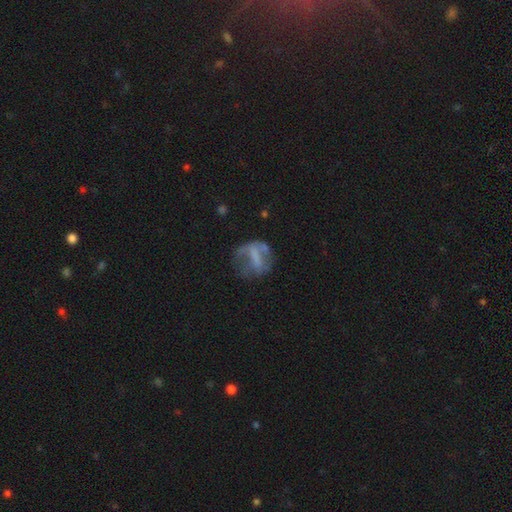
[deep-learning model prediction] A featured or disk galaxy (49%).

Vote fractions:
- Smooth or featured? featured or disk: 49% / smooth: 39% / star or artifact: 12%
- Merging? major disturbance: 36% (tied) / none: 36% (tied) / minor disturbance: 22% / merger: 5%